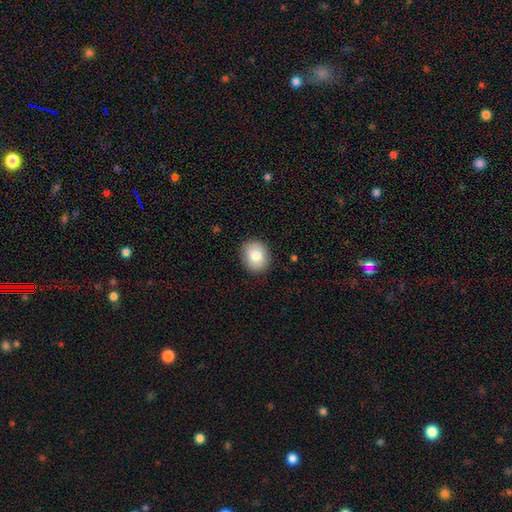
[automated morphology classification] A smooth galaxy with no disk features (82%) that is round (59%). Merging: none (88%).